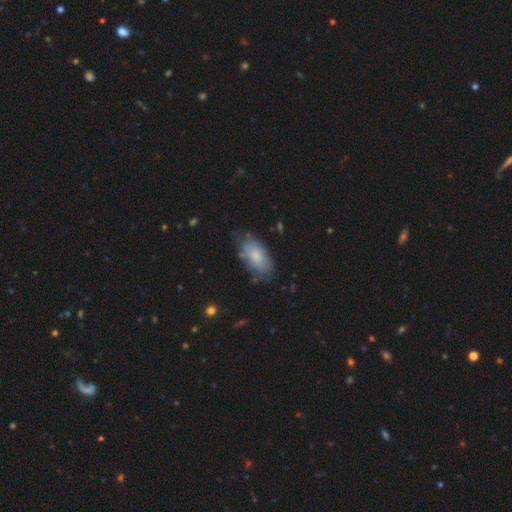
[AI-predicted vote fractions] Overall: smooth (68%). How rounded: in between (93%). Merging: none (65%; minor disturbance 26%).